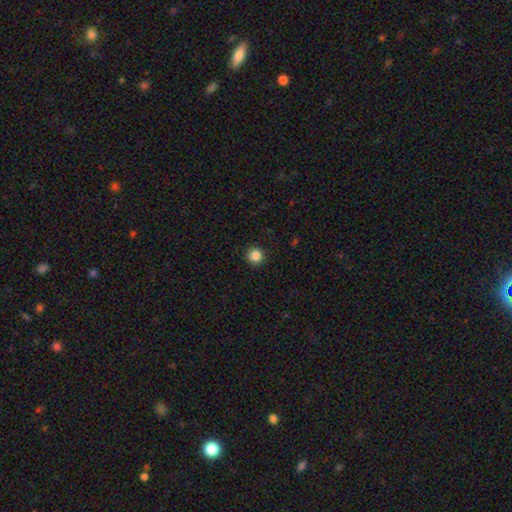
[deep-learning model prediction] This appears to be a smooth galaxy with no disk features (86%) that is round (95%). Merging: none (92%).